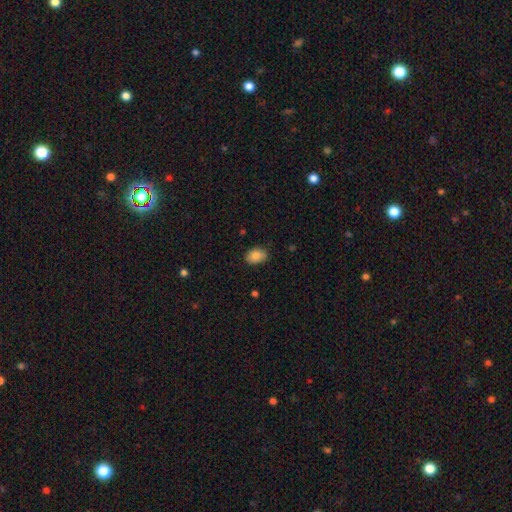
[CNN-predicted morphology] type=smooth (84%); roundness=in between (80%); merging=none (83%).